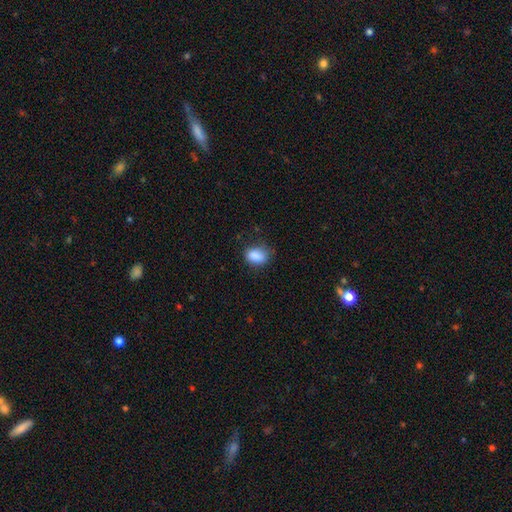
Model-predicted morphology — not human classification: Q: Smooth or featured?
A: smooth (88%); runner-up: star or artifact (8%)
Q: How rounded?
A: in between (80%); runner-up: round (19%)
Q: Merging?
A: none (71%); runner-up: minor disturbance (22%)